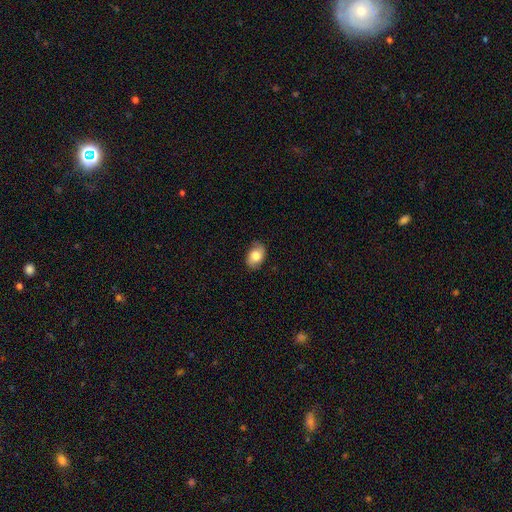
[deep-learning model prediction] The model was most divided on "smooth or featured": smooth: 79%, featured or disk: 14%, star or artifact: 7%. More confident: how rounded — in between (85%); merging — none (81%).